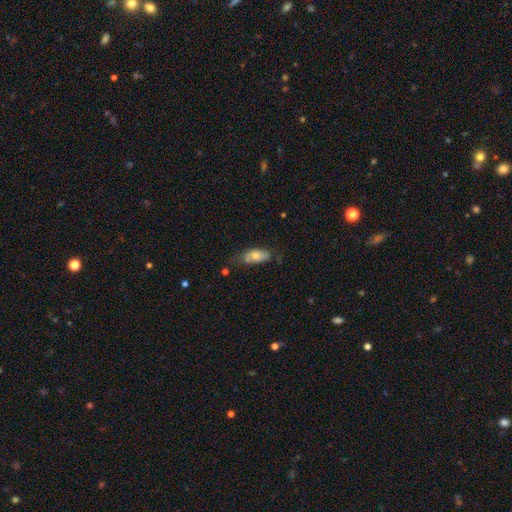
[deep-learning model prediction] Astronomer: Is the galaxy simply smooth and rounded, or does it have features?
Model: smooth — 70%.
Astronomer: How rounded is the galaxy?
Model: in between — 86%.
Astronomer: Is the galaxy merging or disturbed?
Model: none — 51% (runner-up: minor disturbance, 32%).